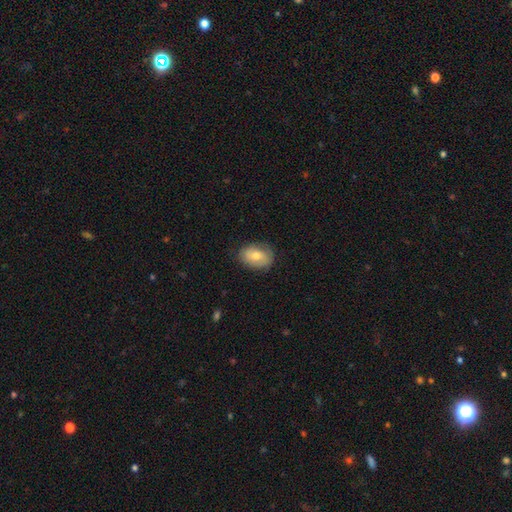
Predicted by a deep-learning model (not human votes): This is likely a smooth galaxy (68%). How rounded: likely in between (77%). Merging: likely none (78%).